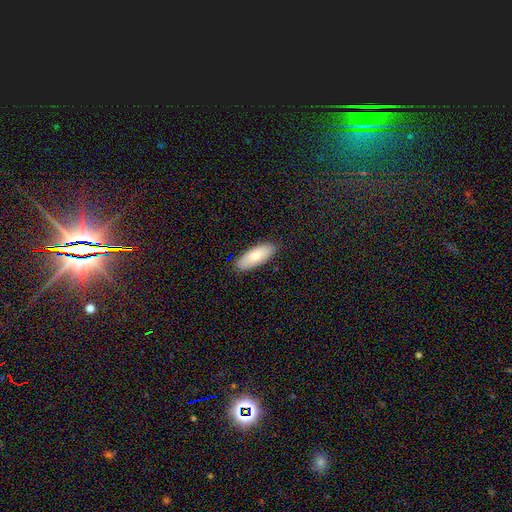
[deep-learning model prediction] A smooth galaxy with no disk features (78%) that is in between round and cigar-shaped (77%). Merging: none (88%).